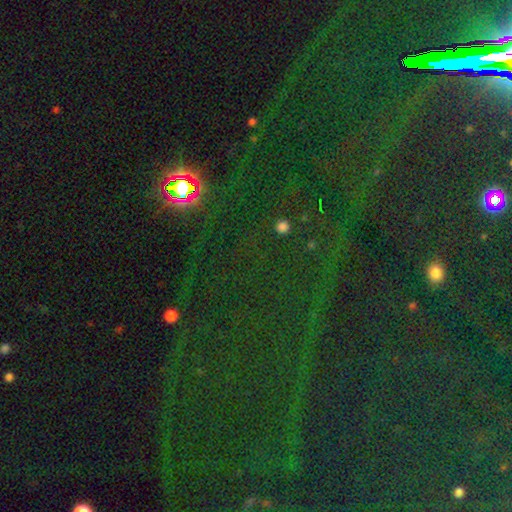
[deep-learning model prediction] The model was most divided on "smooth or featured": star or artifact: 84%, smooth: 9%, featured or disk: 7%.